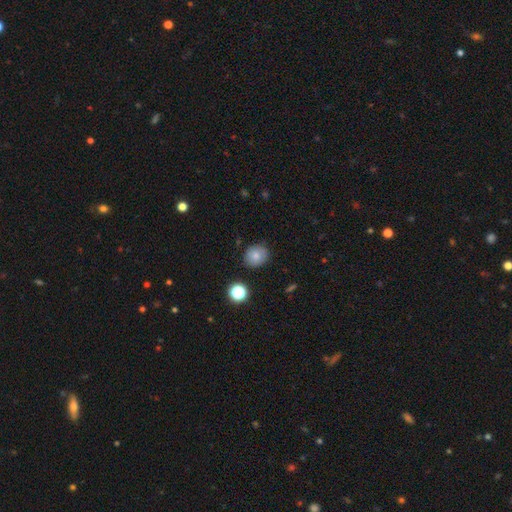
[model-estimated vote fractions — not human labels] A smooth galaxy with no disk features (79%) that is round (77%). Merging: none (84%).